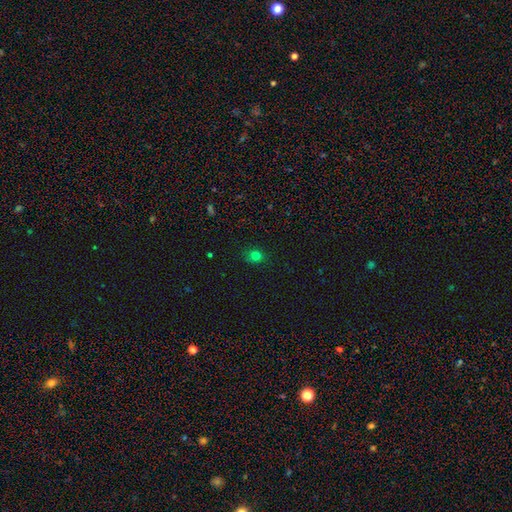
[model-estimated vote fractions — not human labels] This appears to be a smooth galaxy with no disk features (78%) that is round (76%). Merging: none (85%).